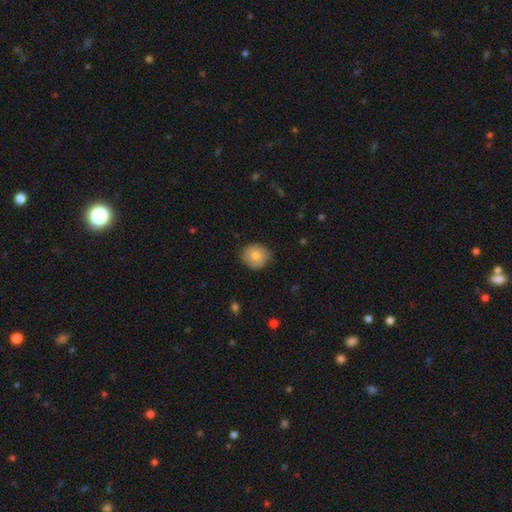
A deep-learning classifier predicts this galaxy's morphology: Smooth or featured: smooth — 71% (featured or disk — 22%)
How rounded: round — 78% (in between — 21%)
Merging: none — 76% (minor disturbance — 19%)